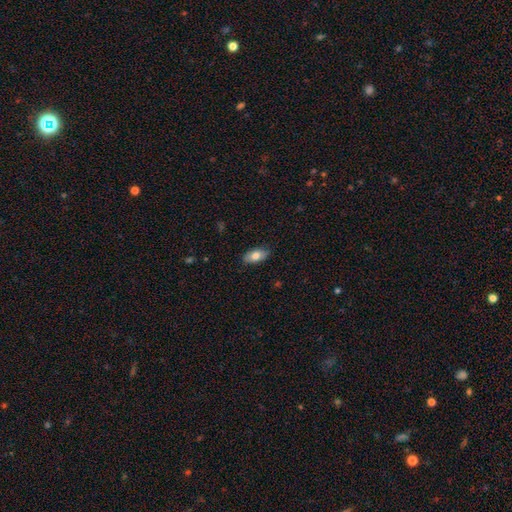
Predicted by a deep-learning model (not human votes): Smooth or featured? Predicted: smooth (p=0.77). How rounded? Predicted: in between (p=0.91). Merging? Predicted: none (p=0.85).